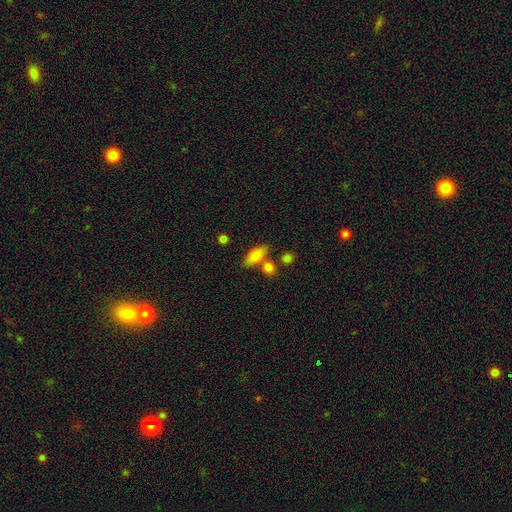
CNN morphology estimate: This appears to be a smooth galaxy with no disk features (76%) that is in between round and cigar-shaped (76%). Merging: none (64%).